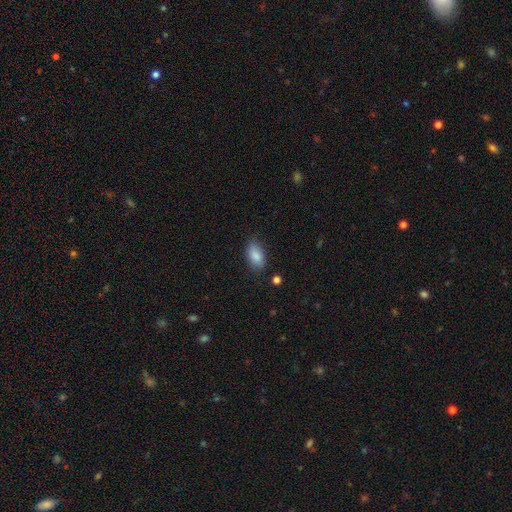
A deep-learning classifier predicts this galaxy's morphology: A smooth galaxy with no disk features (86%) that is in between round and cigar-shaped (91%). Merging: none (79%).